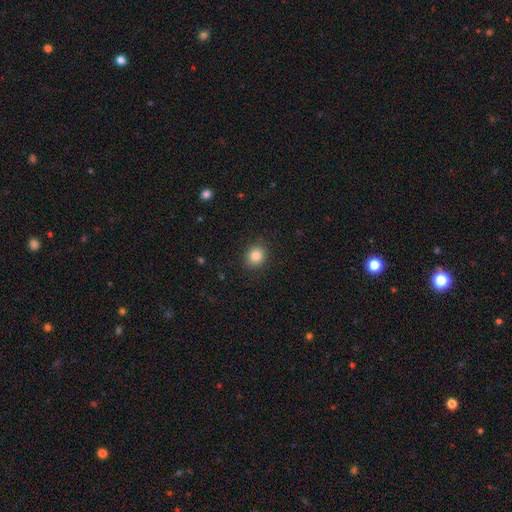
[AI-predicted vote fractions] smooth 84%, star or artifact 11%, featured or disk 6%. Down the decision tree: how rounded — round (77%); merging — none (88%).